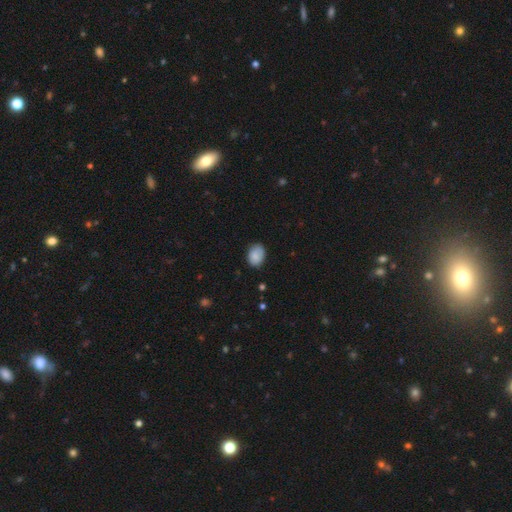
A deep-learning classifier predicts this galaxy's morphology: smooth_or_featured: smooth (p=0.84) [alt: featured or disk p=0.09]
how_rounded: in between (p=0.76) [alt: round p=0.23]
merging: none (p=0.78) [alt: minor disturbance p=0.18]